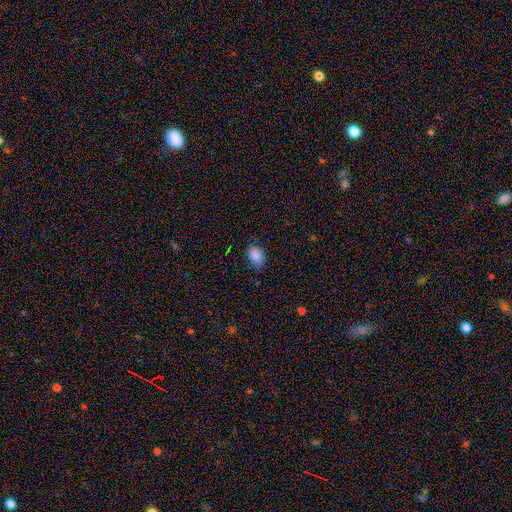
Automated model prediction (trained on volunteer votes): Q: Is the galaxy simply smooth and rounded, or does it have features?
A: smooth — 86%.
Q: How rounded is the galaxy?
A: in between — 80%.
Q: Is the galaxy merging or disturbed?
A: none — 74%.